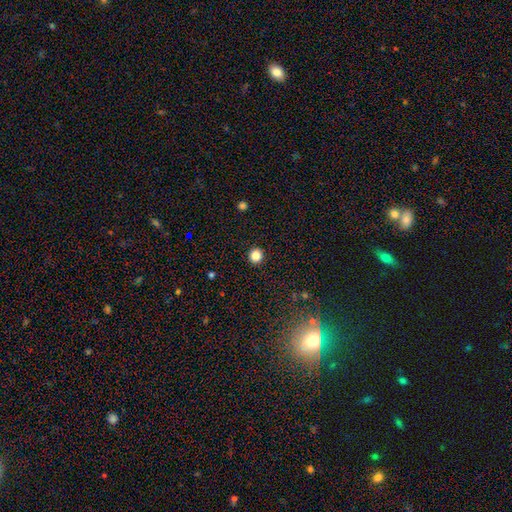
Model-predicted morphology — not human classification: smooth 85%, star or artifact 12%, featured or disk 4%. Down the decision tree: how rounded — round (93%); merging — none (93%).